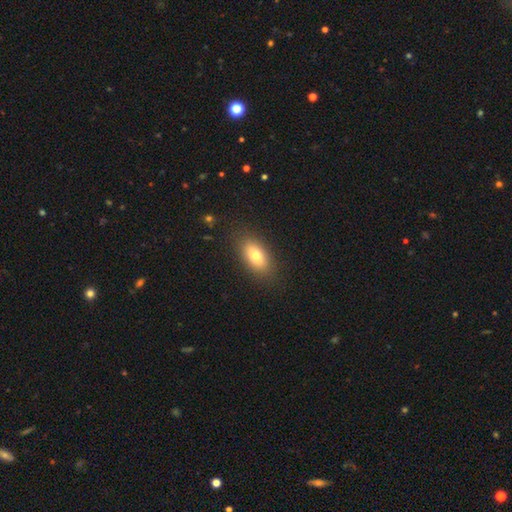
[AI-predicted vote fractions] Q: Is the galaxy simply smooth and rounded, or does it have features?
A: smooth — 76%.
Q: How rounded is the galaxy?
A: in between — 88%.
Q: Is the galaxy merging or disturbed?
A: none — 86%.